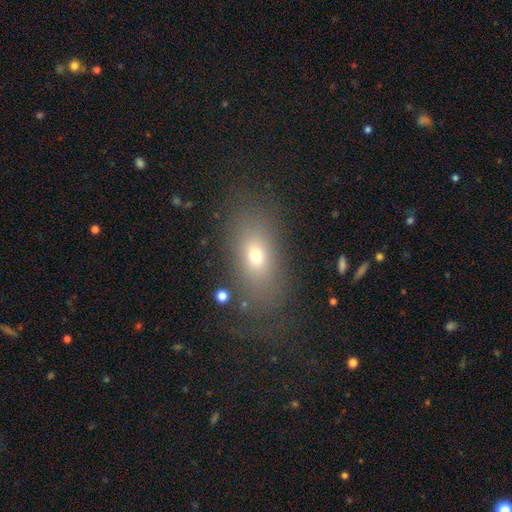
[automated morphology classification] A smooth galaxy with no disk features (65%) that is in between round and cigar-shaped (76%).

Vote fractions:
- Smooth or featured? smooth: 65% / featured or disk: 17% / star or artifact: 17%
- How rounded? in between: 76% / round: 17% / cigar-shaped: 7%
- Merging? none: 74% / minor disturbance: 13% / major disturbance: 11% / merger: 2%